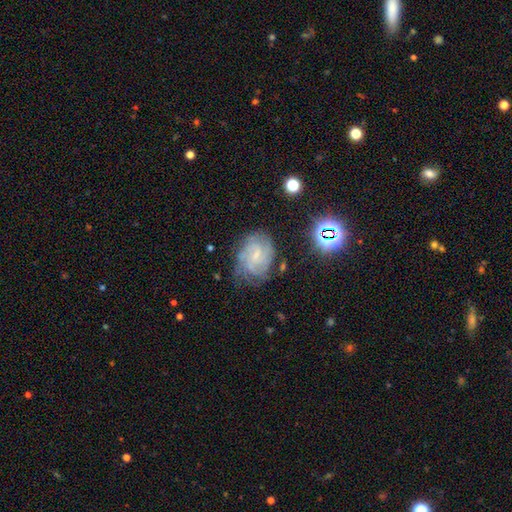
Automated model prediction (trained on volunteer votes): Q: Smooth or featured?
A: featured or disk (75%); runner-up: smooth (15%)
Q: Edge-on disk?
A: no (98%); runner-up: yes (2%)
Q: Bar?
A: weak (49%); runner-up: no (43%)
Q: Spiral arms?
A: yes (94%); runner-up: no (6%)
Q: Spiral winding?
A: tight (53%); runner-up: medium (37%)
Q: Spiral arm count?
A: can't tell (36%); runner-up: 3 (21%)
Q: Bulge size?
A: small (66%); runner-up: moderate (17%)
Q: Merging?
A: none (64%); runner-up: minor disturbance (23%)